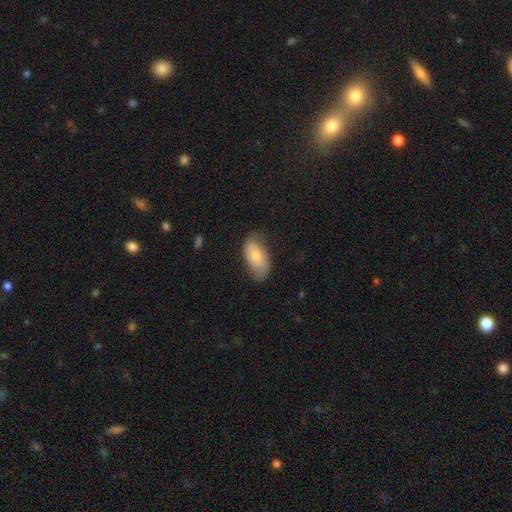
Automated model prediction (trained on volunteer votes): This appears to be a smooth galaxy with no disk features (68%) that is in between round and cigar-shaped (93%). Merging: none (65%).